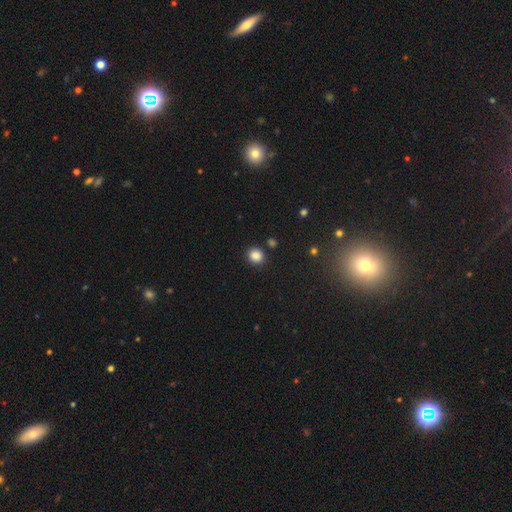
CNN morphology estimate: Overall: smooth (86%). How rounded: round (81%). Merging: none (86%).